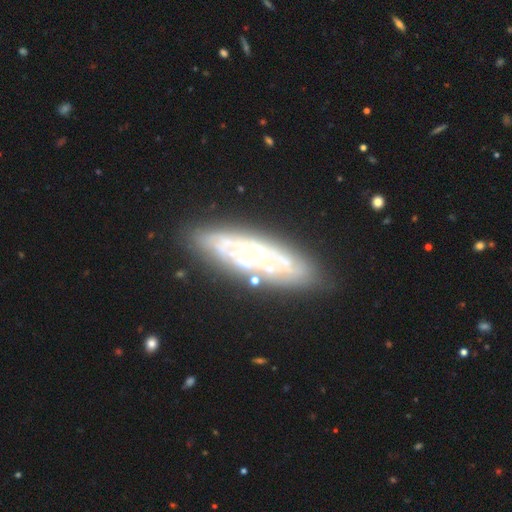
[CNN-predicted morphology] Smooth or featured? Predicted: featured or disk (p=0.75). Edge-on disk? Predicted: no (p=0.68). Bar? Predicted: no (p=0.72). Spiral arms? Predicted: yes (p=0.64). Bulge size? Predicted: small (p=0.63). Merging? Predicted: none (p=0.78).